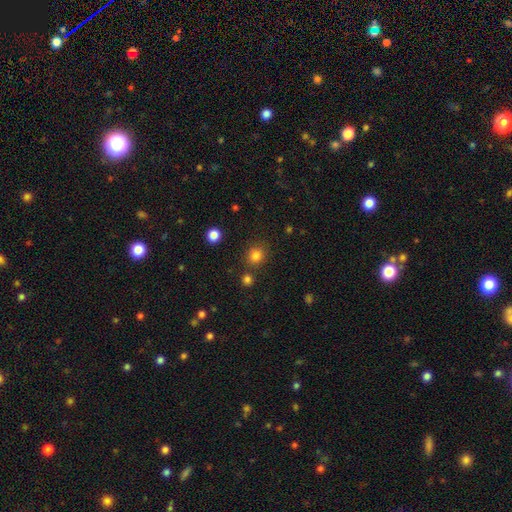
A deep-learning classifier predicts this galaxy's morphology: Smooth or featured: smooth — 82% (star or artifact — 14%)
How rounded: round — 82% (in between — 17%)
Merging: none — 80% (minor disturbance — 9%)